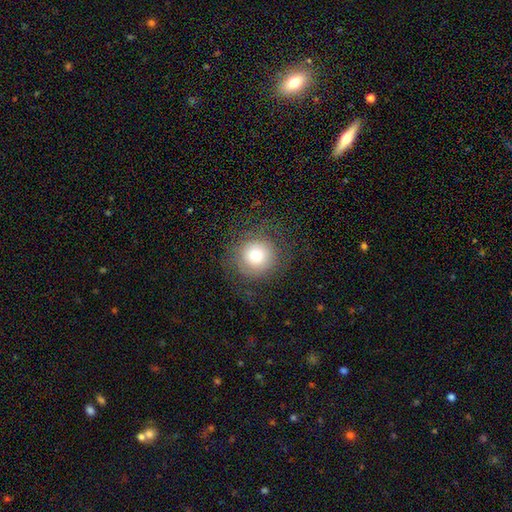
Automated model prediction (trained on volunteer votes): Overall: smooth (69%). How rounded: round (94%). Merging: none (78%).